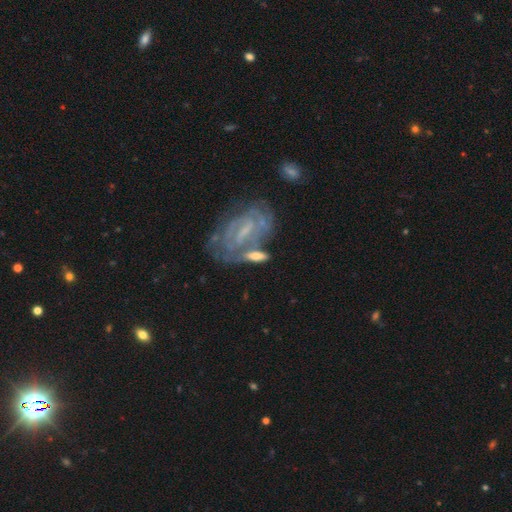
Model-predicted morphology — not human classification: This is possibly a featured or disk galaxy (55%). It is likely not viewed edge-on (76%). Merging: possibly none (46%).